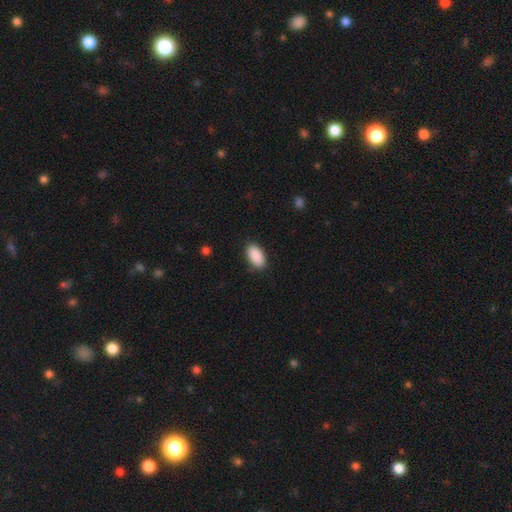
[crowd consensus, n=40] Smooth or featured: smooth — 95% (featured or disk — 2%)
How rounded: in between — 84% (round — 13%)
Merging: none — 77% (minor disturbance — 15%)